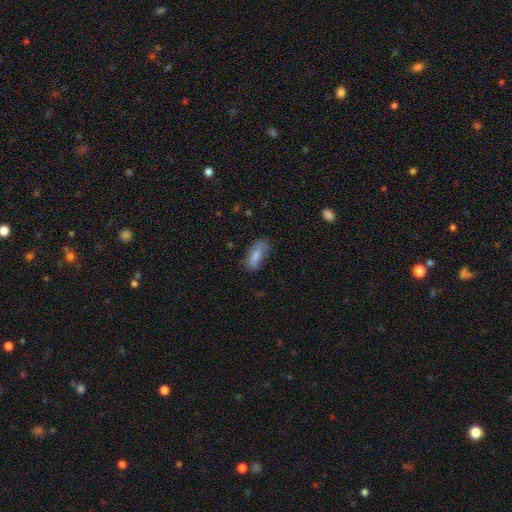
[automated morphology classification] smooth 76%, featured or disk 17%, star or artifact 7%. Down the decision tree: how rounded — in between (69%); merging — none (64%).